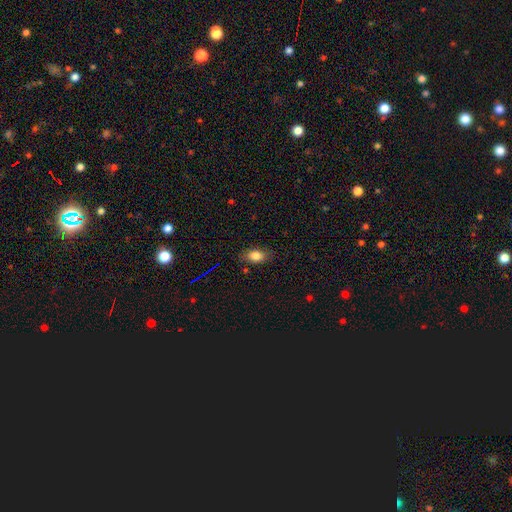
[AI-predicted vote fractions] Smooth or featured? smooth (82%)
How rounded? in between (87%)
Merging? none (81%)